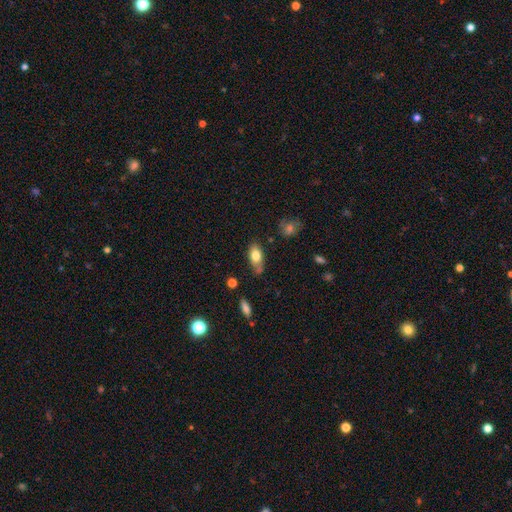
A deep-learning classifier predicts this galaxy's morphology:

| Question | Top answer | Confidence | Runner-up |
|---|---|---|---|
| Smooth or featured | smooth | 77% | featured or disk (15%) |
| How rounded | in between | 88% | cigar-shaped (8%) |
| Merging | none | 57% | minor disturbance (30%) |